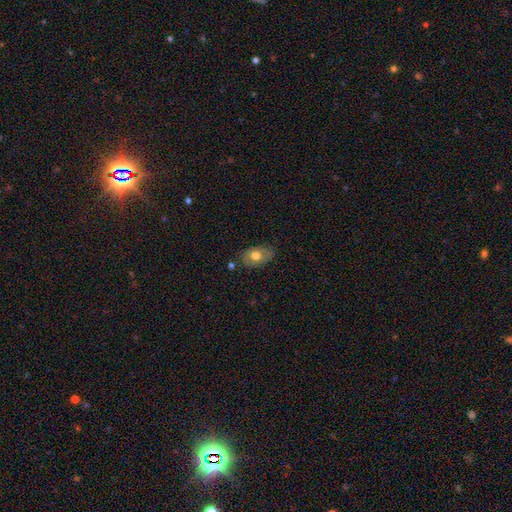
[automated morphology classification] Q: Smooth or featured?
A: smooth (61%); runner-up: featured or disk (31%)
Q: How rounded?
A: in between (84%); runner-up: round (14%)
Q: Merging?
A: none (75%); runner-up: minor disturbance (19%)